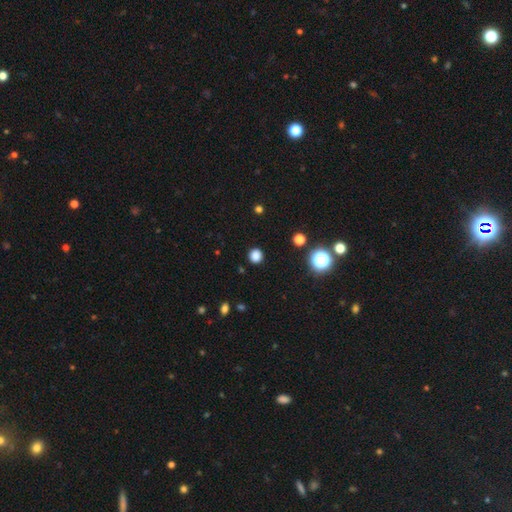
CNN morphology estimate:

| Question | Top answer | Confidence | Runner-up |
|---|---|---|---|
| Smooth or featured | smooth | 81% | star or artifact (16%) |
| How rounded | round | 92% | in between (7%) |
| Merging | none | 91% | minor disturbance (6%) |